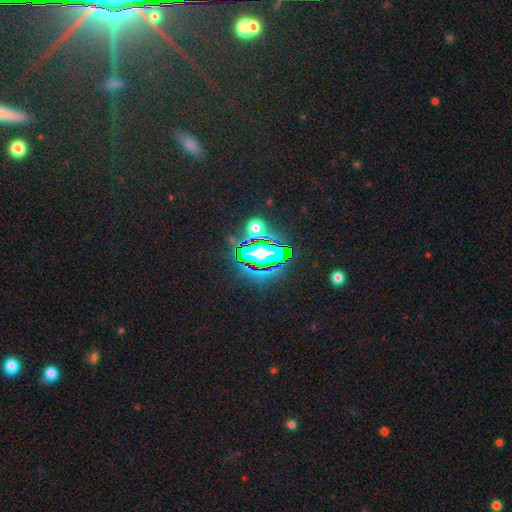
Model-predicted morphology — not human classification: Smooth or featured: star or artifact — 73% (smooth — 16%)